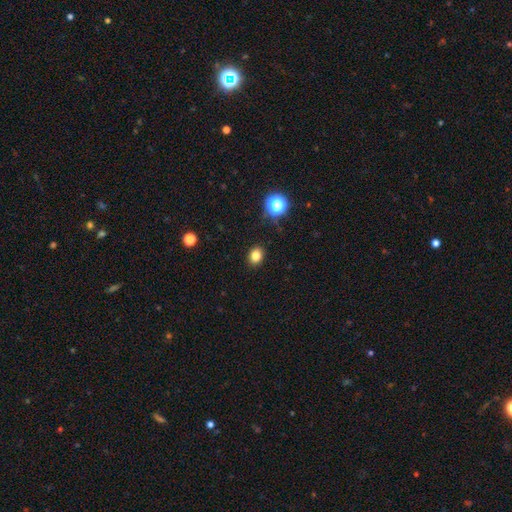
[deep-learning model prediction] smooth 81%, star or artifact 13%, featured or disk 5%. Down the decision tree: how rounded — round (51%); merging — none (89%).